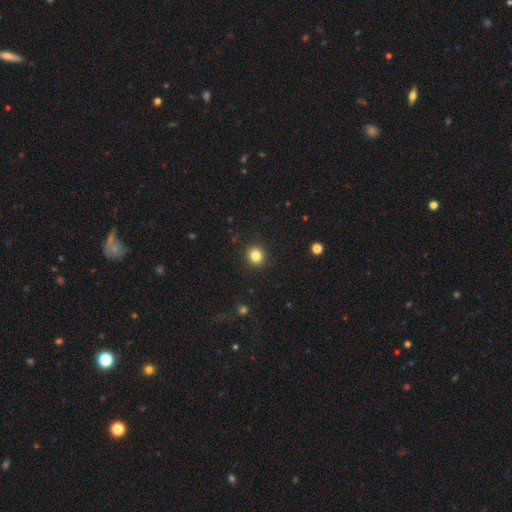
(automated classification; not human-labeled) smooth_or_featured: smooth (p=0.83) [alt: star or artifact p=0.11]
how_rounded: round (p=0.86) [alt: in between p=0.13]
merging: none (p=0.91) [alt: minor disturbance p=0.06]